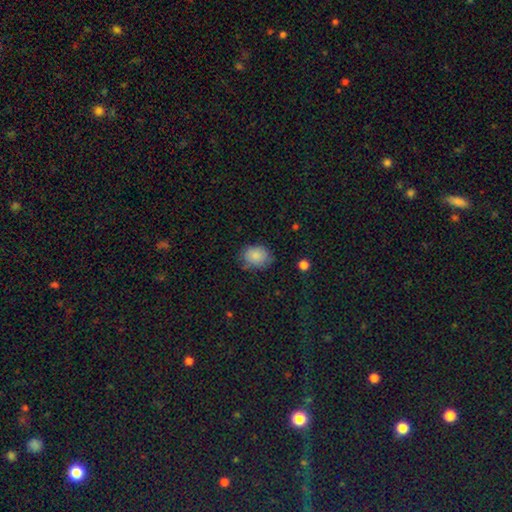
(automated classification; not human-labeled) Smooth or featured: smooth — 84% (star or artifact — 9%)
How rounded: in between — 60% (round — 39%)
Merging: none — 68% (minor disturbance — 24%)